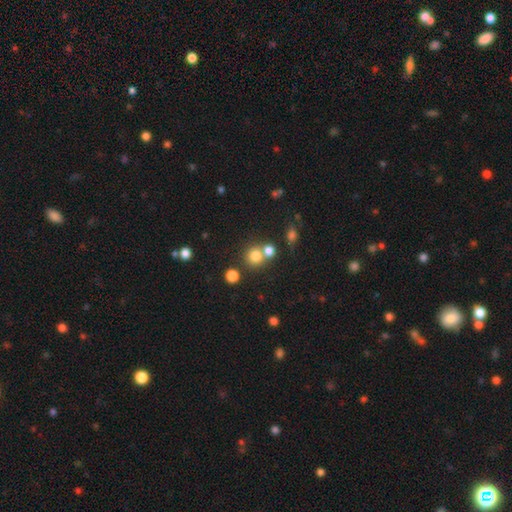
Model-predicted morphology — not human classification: This is likely a smooth galaxy (76%). How rounded: clearly round (88%). Merging: possibly none (58%).